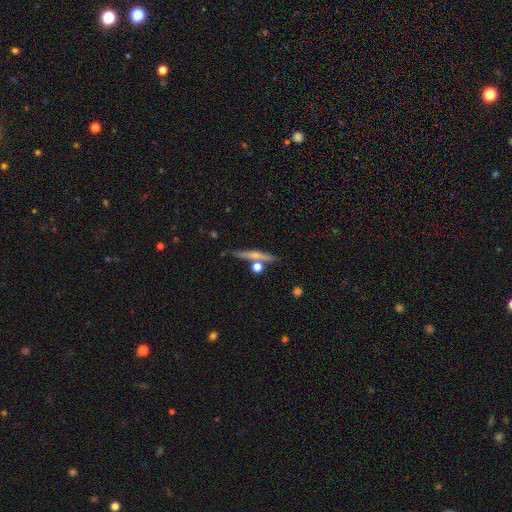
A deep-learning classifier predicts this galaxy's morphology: smooth-or-featured: smooth: 47% | featured or disk: 45% | star or artifact: 8%
  merging: none: 72% | merger: 14% | minor disturbance: 11% | major disturbance: 3%